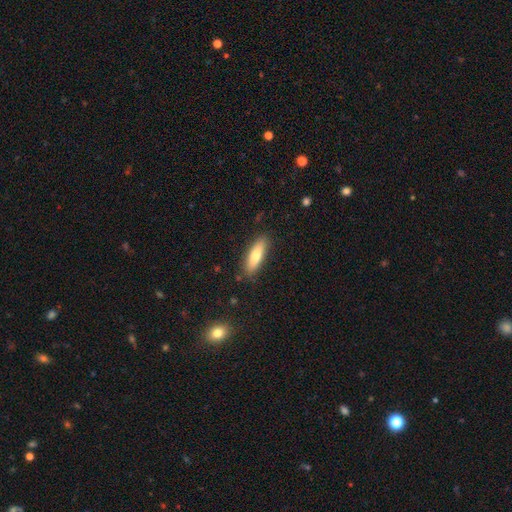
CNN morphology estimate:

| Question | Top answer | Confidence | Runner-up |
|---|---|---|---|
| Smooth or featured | smooth | 75% | featured or disk (19%) |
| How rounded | cigar-shaped | 53% | in between (45%) |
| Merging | none | 86% | minor disturbance (10%) |